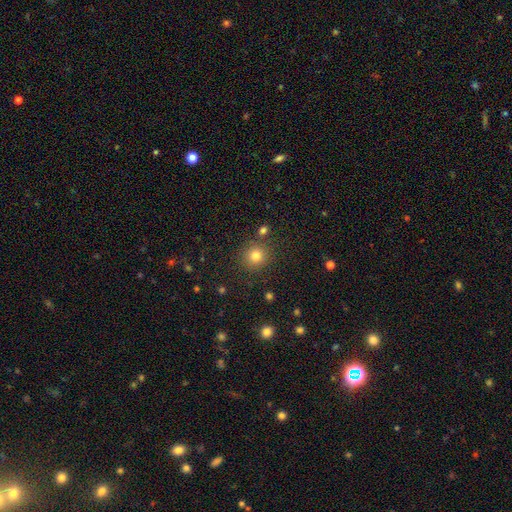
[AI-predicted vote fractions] This appears to be a smooth galaxy with no disk features (80%) that is round (92%). Merging: none (85%).